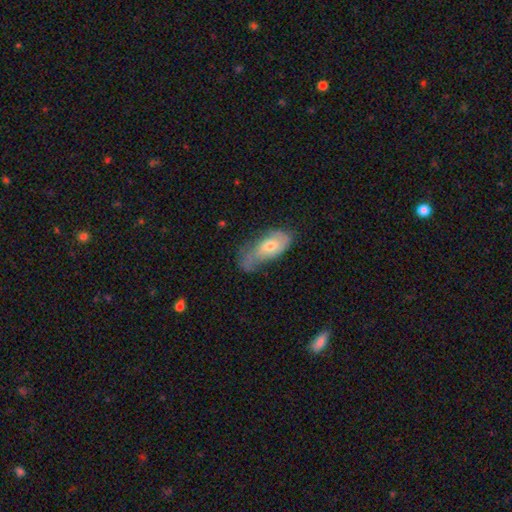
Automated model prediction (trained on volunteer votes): smooth 48%, featured or disk 39%, star or artifact 13%. Down the decision tree: merging — none (68%).